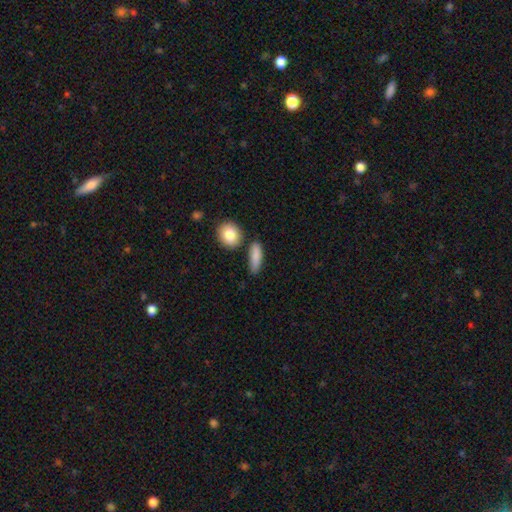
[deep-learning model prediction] Smooth or featured: smooth — 85% (featured or disk — 9%)
How rounded: in between — 49% (cigar-shaped — 42%)
Merging: none — 73% (minor disturbance — 16%)